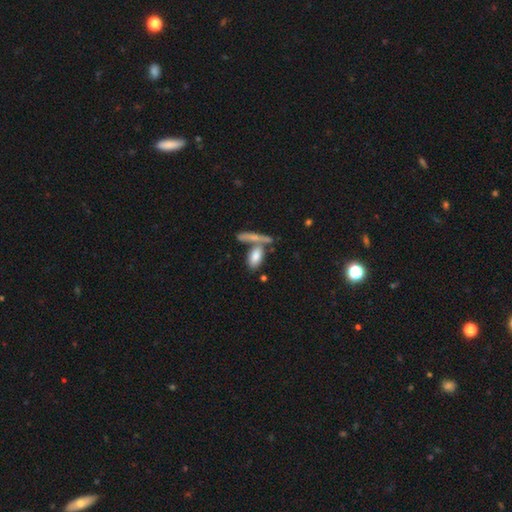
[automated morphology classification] smooth 78%, featured or disk 15%, star or artifact 7%. Down the decision tree: how rounded — in between (80%); merging — none (52%).